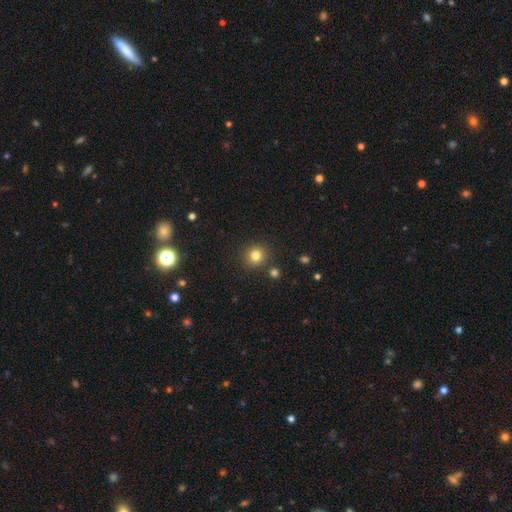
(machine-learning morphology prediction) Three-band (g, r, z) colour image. It shows a smooth galaxy with no disk features (80%) that is round (91%). Merging: none (86%).